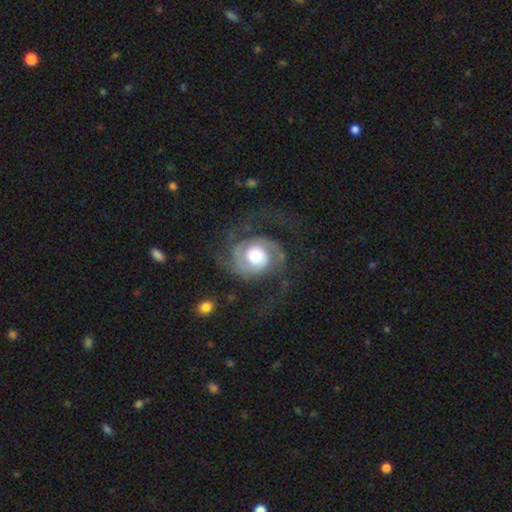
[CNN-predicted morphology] A featured or disk galaxy (81%) with no bar (71%), 2 (78%) medium (44%) spiral arms (94%) and a moderate central bulge (60%).

Vote fractions:
- Smooth or featured? featured or disk: 81% / smooth: 13% / star or artifact: 6%
- Edge-on disk? no: 98% / yes: 2%
- Bar? no: 71% / weak: 23% / strong: 6%
- Spiral arms? yes: 94% / no: 6%
- Spiral winding? medium: 44% / tight: 32% / loose: 25%
- Spiral arm count? 2: 78% / can't tell: 7% / 3: 6% / 1: 5% / 4: 2% / more than 4: 2%
- Bulge size? moderate: 60% / large: 29% / small: 6% / dominant: 4% / none: 1%
- Merging? none: 60% / major disturbance: 23% / minor disturbance: 15% / merger: 2%